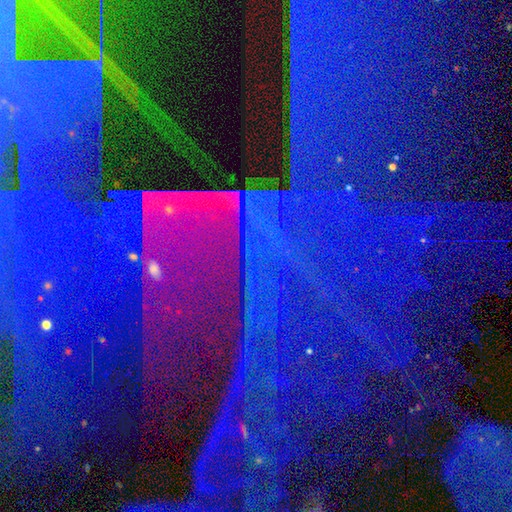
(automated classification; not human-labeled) Smooth or featured? star or artifact (89%)